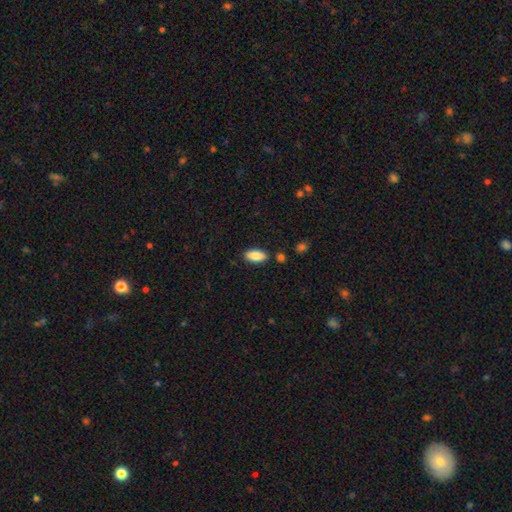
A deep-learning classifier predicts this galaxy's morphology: This appears to be a smooth galaxy with no disk features (87%) that is in between round and cigar-shaped (85%). Merging: none (85%).